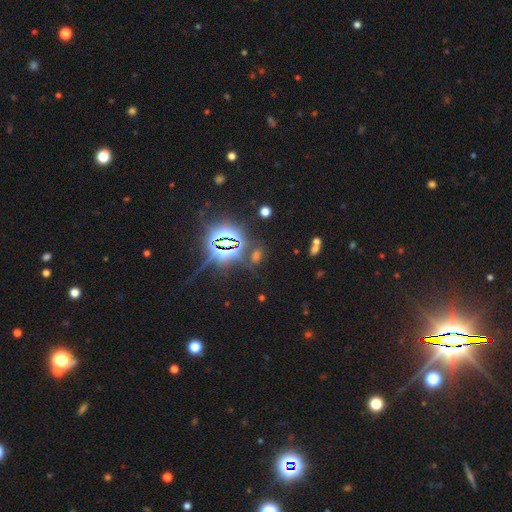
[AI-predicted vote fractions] Smooth or featured?
  - star or artifact: 68% *
  - smooth: 23%
  - featured or disk: 9%